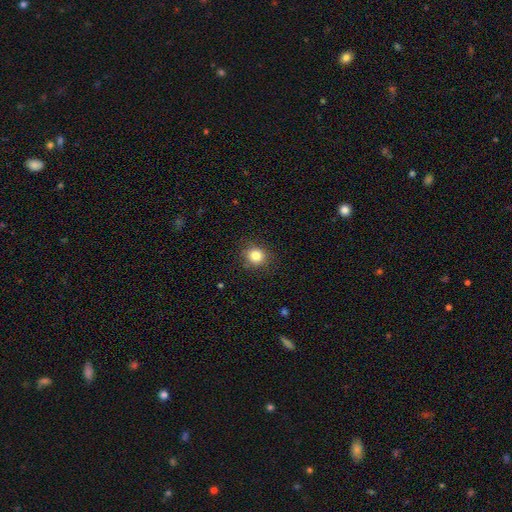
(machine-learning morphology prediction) This appears to be a smooth galaxy with no disk features (83%) that is round (81%). Merging: none (87%).